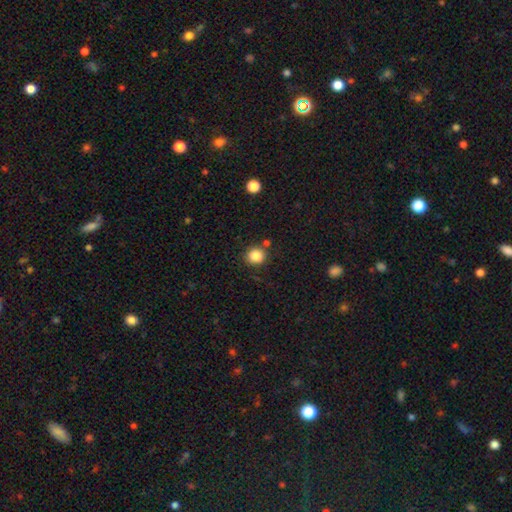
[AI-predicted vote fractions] A smooth galaxy with no disk features (84%) that is round (88%). Merging: none (82%).